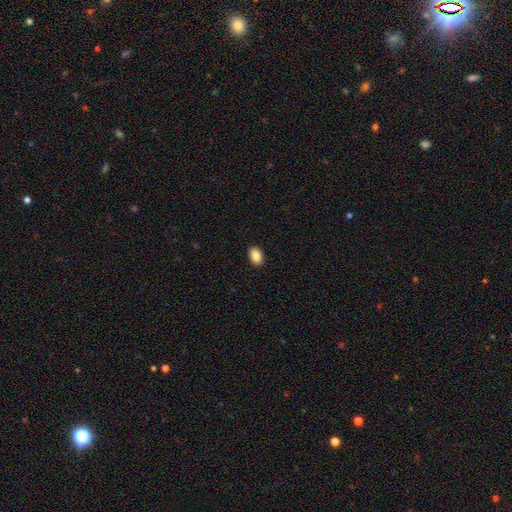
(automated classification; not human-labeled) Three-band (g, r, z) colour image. It shows a smooth galaxy with no disk features (86%) that is in between round and cigar-shaped (88%). Merging: none (90%).